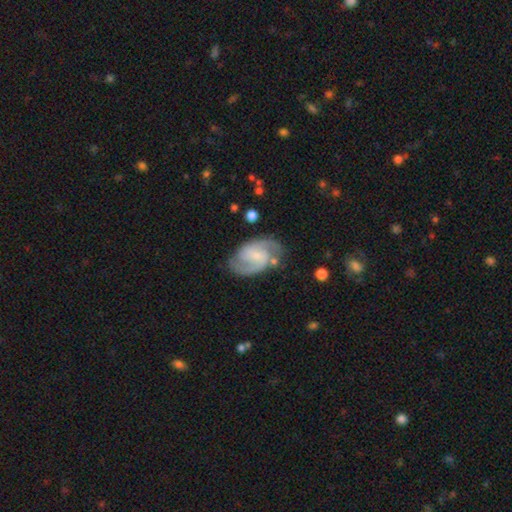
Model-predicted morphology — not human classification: A featured or disk galaxy (86%) with a weak bar (47%), 2 (91%) medium (57%) spiral arms (97%) and a small central bulge (60%). Merging: none (76%).